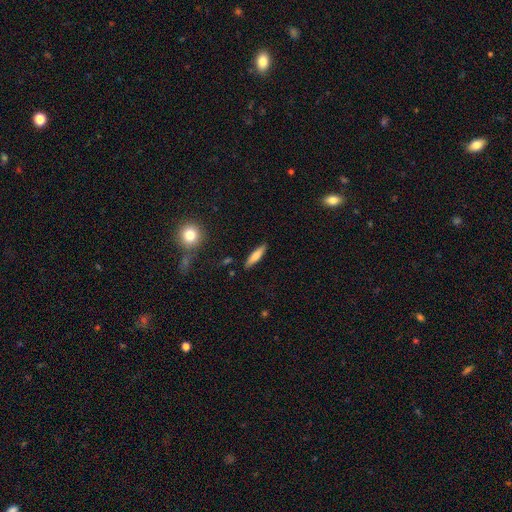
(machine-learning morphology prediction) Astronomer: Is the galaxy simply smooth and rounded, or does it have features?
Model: smooth — 70%.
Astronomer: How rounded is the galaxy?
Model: cigar-shaped — 74%.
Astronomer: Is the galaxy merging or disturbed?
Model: none — 87%.